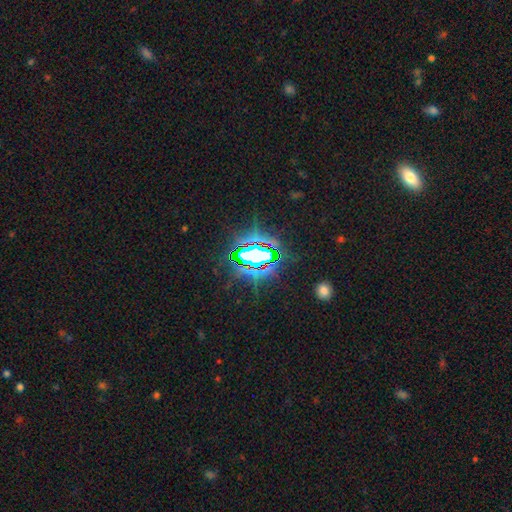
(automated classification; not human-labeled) The model was most divided on "smooth or featured": star or artifact: 76%, smooth: 12%, featured or disk: 12%.